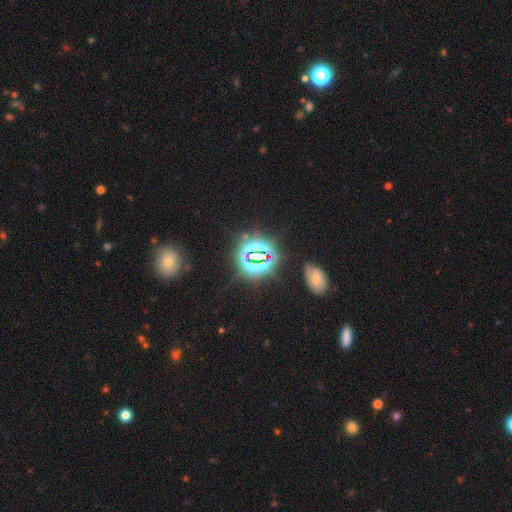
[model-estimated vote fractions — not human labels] A star or artifact, not a galaxy (81%).

Vote fractions:
- Smooth or featured? star or artifact: 81% / smooth: 12% / featured or disk: 8%